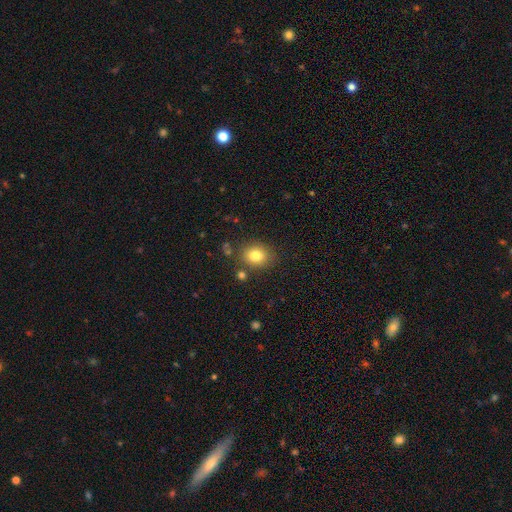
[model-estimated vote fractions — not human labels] Morphology: type=smooth (81%); roundness=round (65%); merging=none (82%).